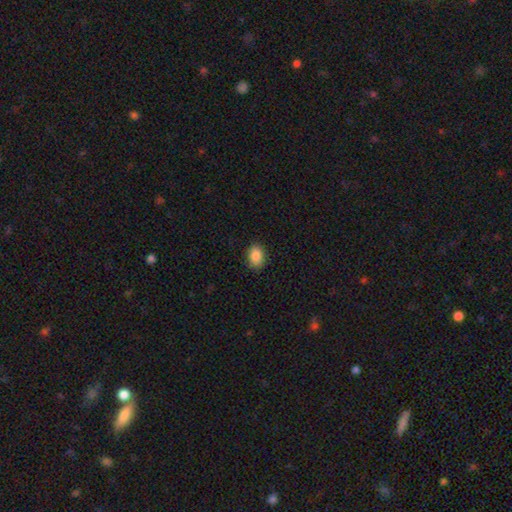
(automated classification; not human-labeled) The model was most divided on "how rounded": in between: 73%, round: 26%, cigar-shaped: 1%. More confident: merging — none (88%); smooth or featured — smooth (88%).